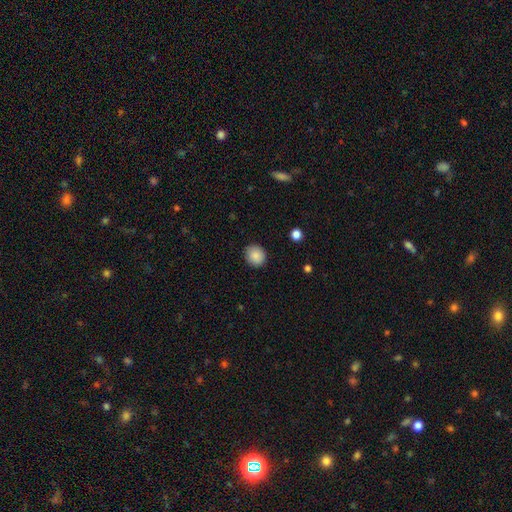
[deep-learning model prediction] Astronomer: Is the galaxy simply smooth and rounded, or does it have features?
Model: smooth — 88%.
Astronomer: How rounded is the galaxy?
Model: round — 84%.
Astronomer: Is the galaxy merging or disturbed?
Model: none — 89%.